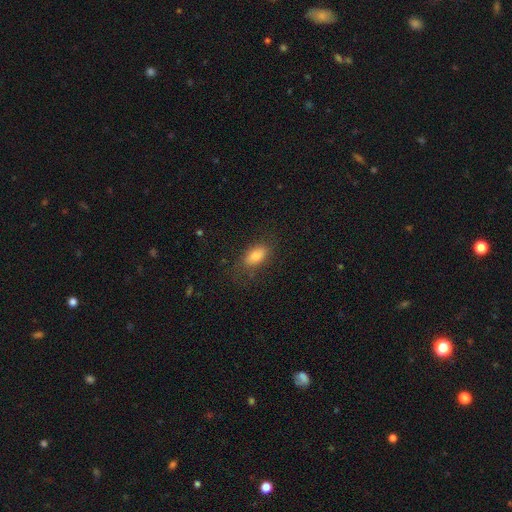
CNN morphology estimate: A smooth galaxy with no disk features (81%) that is in between round and cigar-shaped (86%). Merging: none (73%).